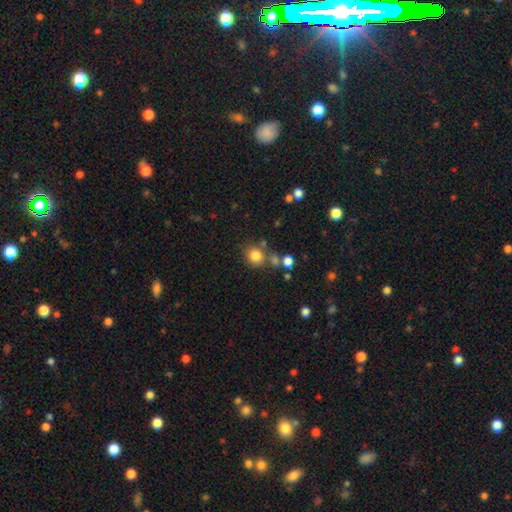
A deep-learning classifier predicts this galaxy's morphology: smooth_or_featured: smooth (p=0.81) [alt: star or artifact p=0.12]
how_rounded: round (p=0.78) [alt: in between p=0.21]
merging: none (p=0.69) [alt: merger p=0.14]